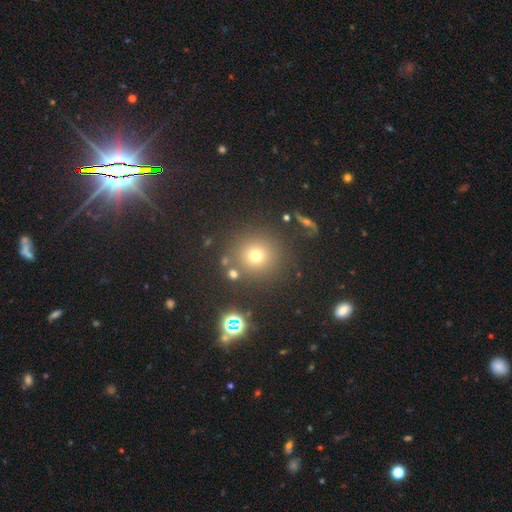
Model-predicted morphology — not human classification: Q: Smooth or featured?
A: smooth (69%); runner-up: star or artifact (21%)
Q: How rounded?
A: round (93%); runner-up: in between (6%)
Q: Merging?
A: none (84%); runner-up: minor disturbance (8%)